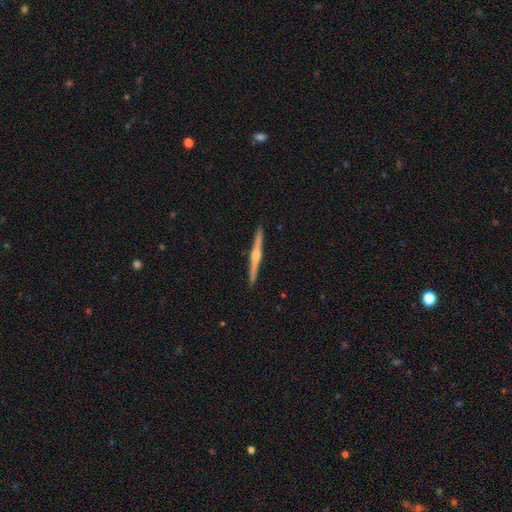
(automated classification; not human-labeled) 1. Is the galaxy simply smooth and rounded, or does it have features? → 75% featured or disk, 19% smooth, 6% star or artifact.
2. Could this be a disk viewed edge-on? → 98% yes, 2% no.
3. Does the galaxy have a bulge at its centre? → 81% rounded, 13% none, 6% boxy.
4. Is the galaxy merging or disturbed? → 91% none, 6% minor disturbance, 1% major disturbance, 1% merger.